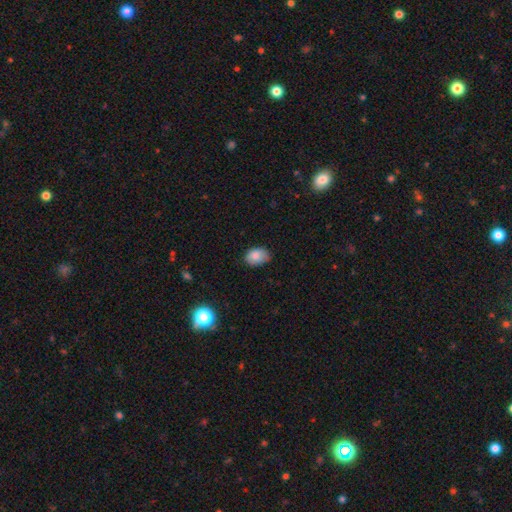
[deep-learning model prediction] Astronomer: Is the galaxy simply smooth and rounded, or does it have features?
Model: smooth — 85%.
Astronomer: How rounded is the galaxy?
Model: in between — 80%.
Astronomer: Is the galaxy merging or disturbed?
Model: none — 70%.